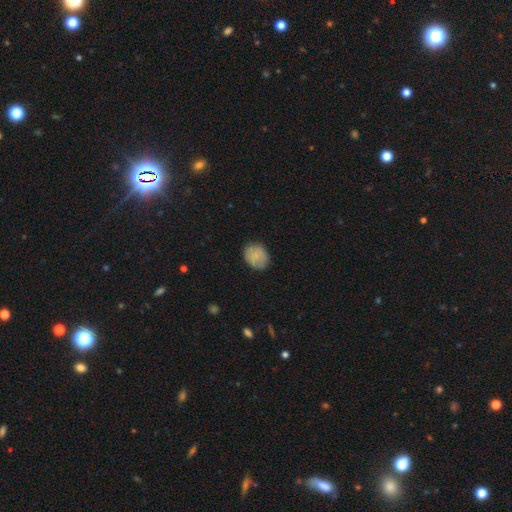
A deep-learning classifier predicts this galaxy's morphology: A smooth galaxy with no disk features (76%) that is round (51%). Merging: none (80%).